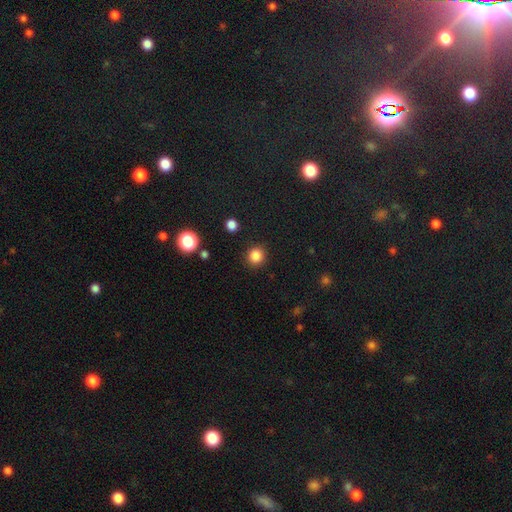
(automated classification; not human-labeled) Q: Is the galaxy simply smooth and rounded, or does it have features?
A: smooth — 85%.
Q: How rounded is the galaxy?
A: round — 92%.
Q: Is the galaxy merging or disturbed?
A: none — 91%.